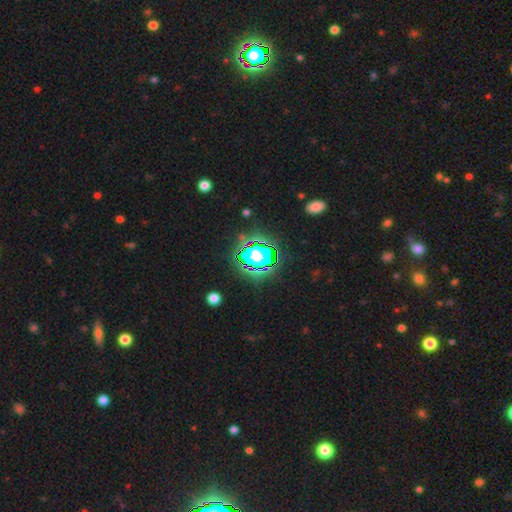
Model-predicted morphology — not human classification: Smooth or featured?
  - star or artifact: 63% *
  - smooth: 23%
  - featured or disk: 15%